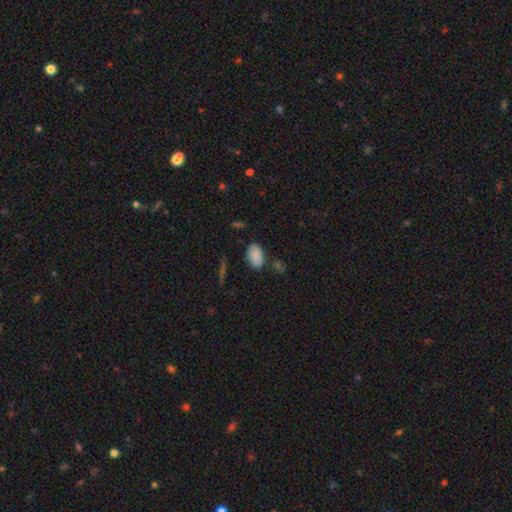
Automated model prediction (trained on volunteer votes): This appears to be a smooth galaxy with no disk features (87%) that is in between round and cigar-shaped (93%). Merging: none (80%).